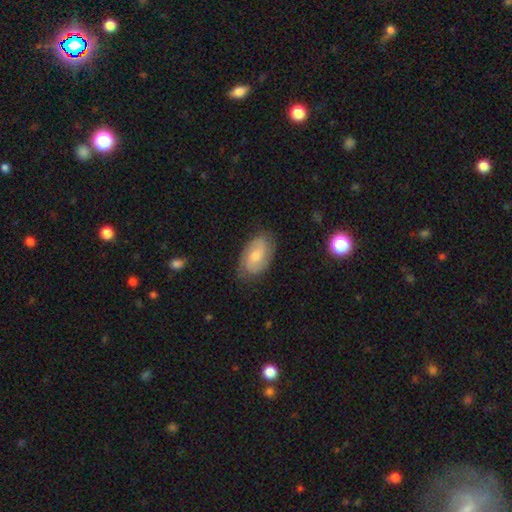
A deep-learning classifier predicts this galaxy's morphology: Smooth or featured? featured or disk (57%)
Edge-on disk? no (95%)
Bar? no (52%)
Spiral arms? yes (89%)
Bulge size? moderate (50%)
Merging? none (79%)